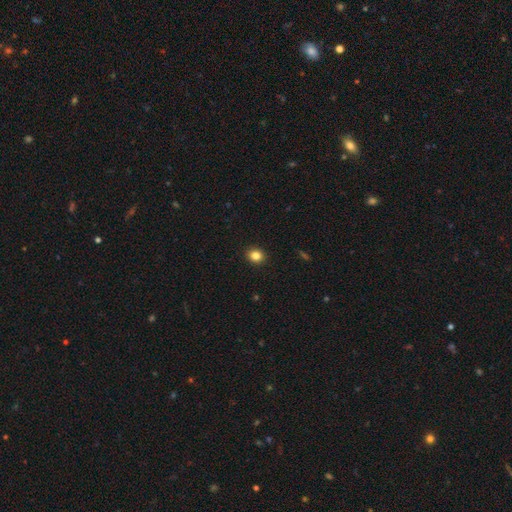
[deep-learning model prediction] A smooth galaxy with no disk features (84%) that is round (64%). Merging: none (91%).